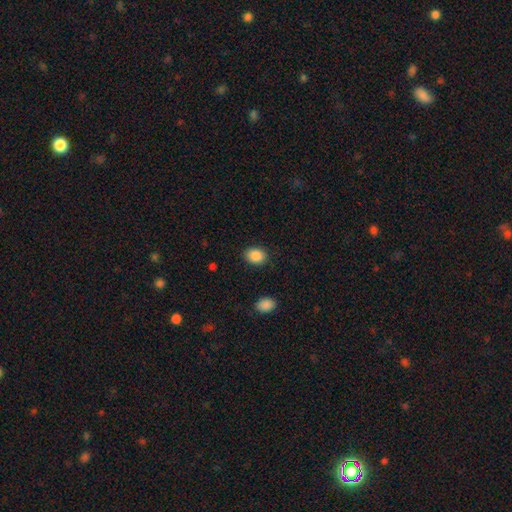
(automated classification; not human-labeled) This is clearly a smooth galaxy (88%). How rounded: possibly in between (55%). Merging: clearly none (88%).